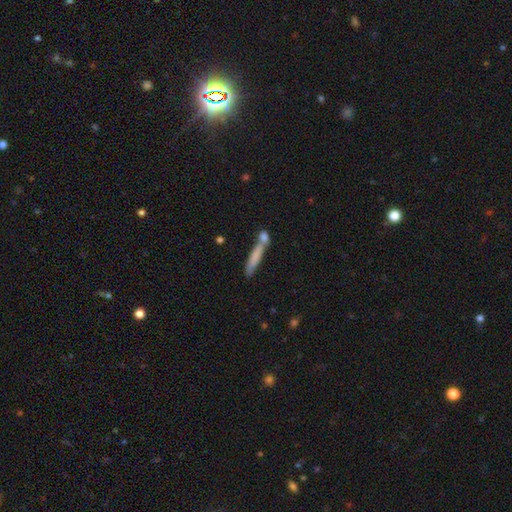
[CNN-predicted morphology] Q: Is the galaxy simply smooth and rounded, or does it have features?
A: smooth — 71%.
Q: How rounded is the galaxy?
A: cigar-shaped — 90%.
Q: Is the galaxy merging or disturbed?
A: none — 54%.